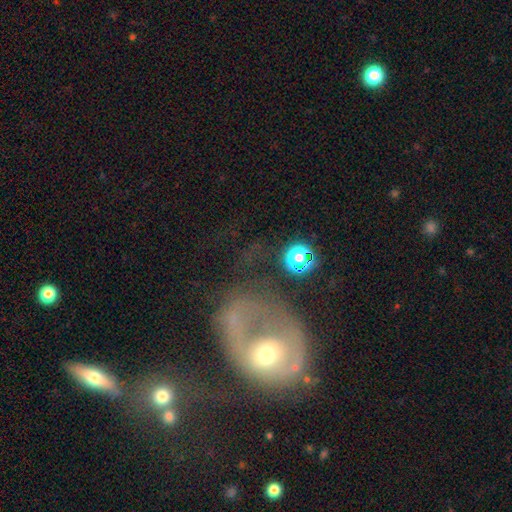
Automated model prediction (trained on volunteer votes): This is possibly a featured or disk galaxy (51%). It is clearly not viewed edge-on (94%). Merging: marginally major disturbance (41%).